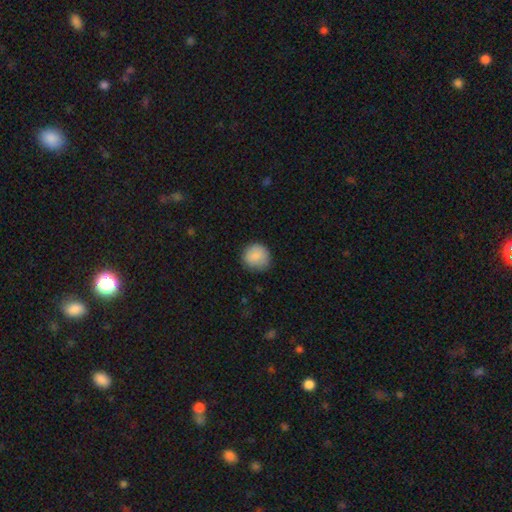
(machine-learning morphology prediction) This is clearly a smooth galaxy (88%). How rounded: clearly round (88%). Merging: likely none (80%).